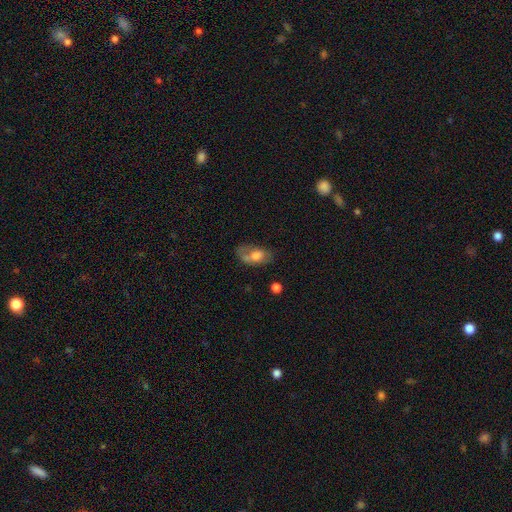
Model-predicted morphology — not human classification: Smooth or featured? Predicted: smooth (p=0.61). How rounded? Predicted: in between (p=0.88). Merging? Predicted: none (p=0.36).